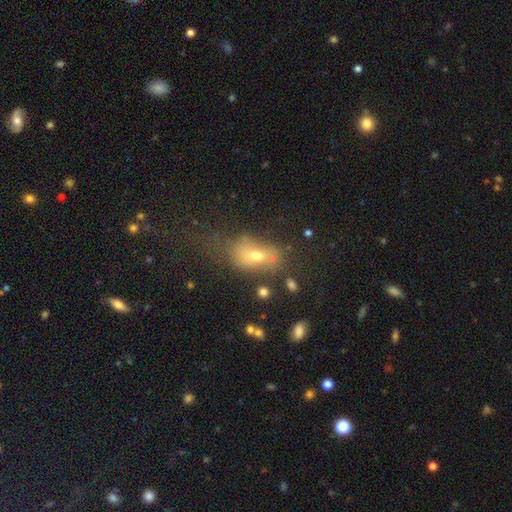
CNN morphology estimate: Overall: smooth (59%; featured or disk 24%). How rounded: in between (78%). Merging: none (36%; major disturbance 27%).